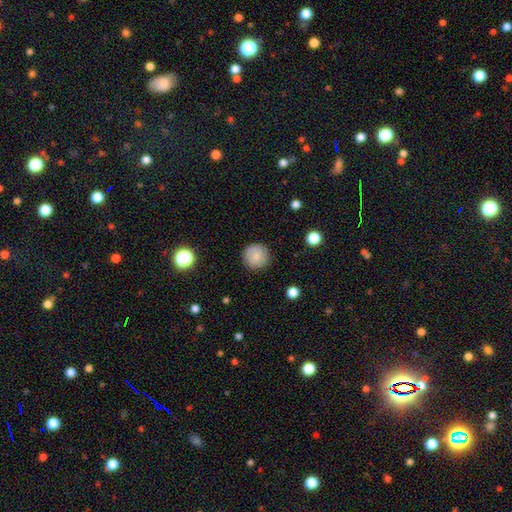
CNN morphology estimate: The model was most divided on "smooth or featured": smooth: 82%, featured or disk: 10%, star or artifact: 8%. More confident: how rounded — round (95%); merging — none (88%).